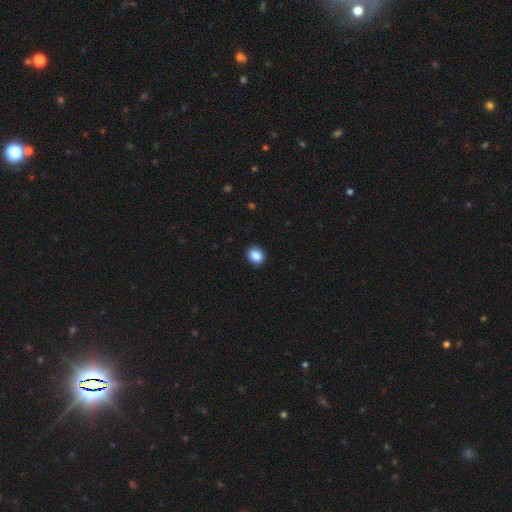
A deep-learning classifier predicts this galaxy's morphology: type=smooth (88%); roundness=round (63%); merging=none (90%).